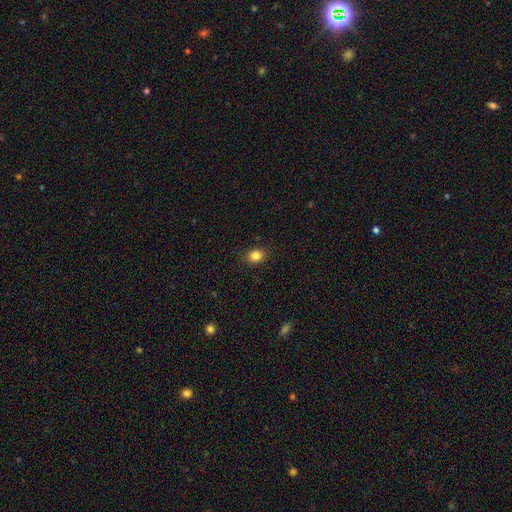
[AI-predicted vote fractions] Smooth or featured? Predicted: smooth (p=0.84). How rounded? Predicted: round (p=0.51). Merging? Predicted: none (p=0.87).